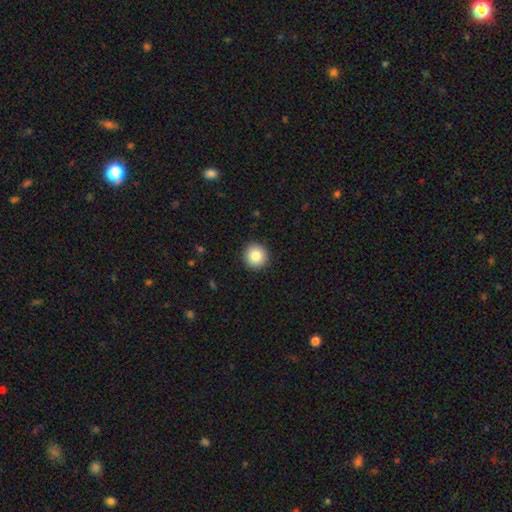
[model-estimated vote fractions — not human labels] smooth 85%, star or artifact 9%, featured or disk 6%. Down the decision tree: how rounded — round (95%); merging — none (92%).